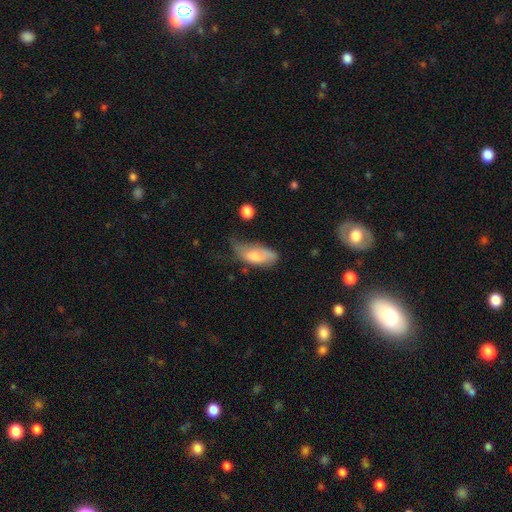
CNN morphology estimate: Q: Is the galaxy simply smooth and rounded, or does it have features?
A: smooth — 71%.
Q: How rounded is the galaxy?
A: in between — 86%.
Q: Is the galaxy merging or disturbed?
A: minor disturbance — 40%.